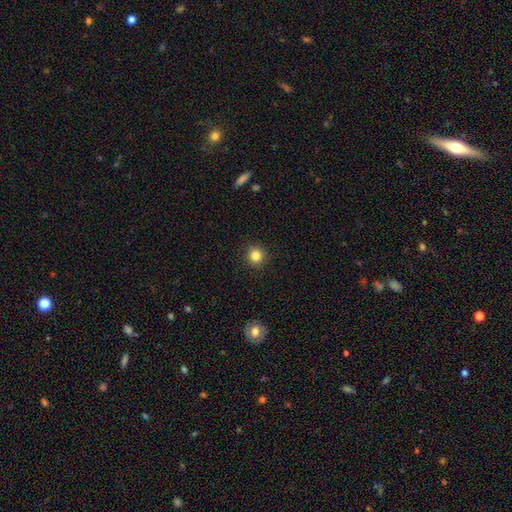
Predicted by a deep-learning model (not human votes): Smooth or featured: smooth — 84% (star or artifact — 12%)
How rounded: round — 94% (in between — 5%)
Merging: none — 92% (minor disturbance — 5%)